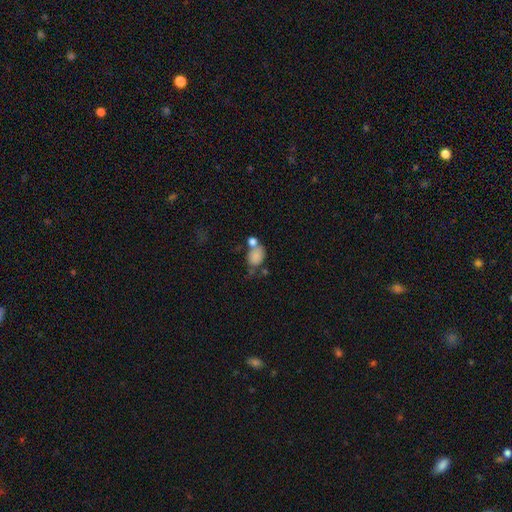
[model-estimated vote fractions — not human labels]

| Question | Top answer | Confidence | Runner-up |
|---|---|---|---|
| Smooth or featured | smooth | 81% | featured or disk (10%) |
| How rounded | in between | 58% | round (41%) |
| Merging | merger | 40% | none (32%) |